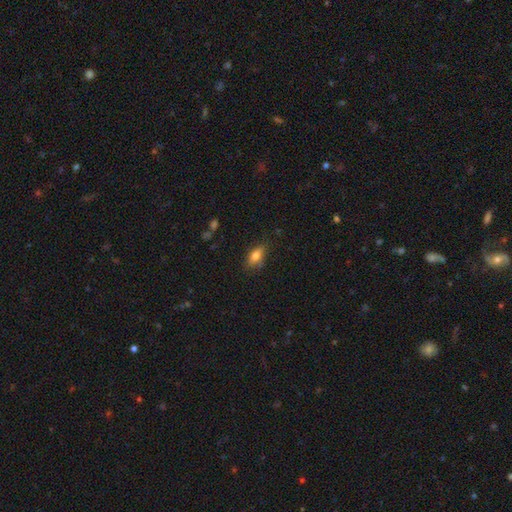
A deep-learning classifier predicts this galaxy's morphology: This appears to be a smooth galaxy with no disk features (73%) that is in between round and cigar-shaped (77%). Merging: none (74%).